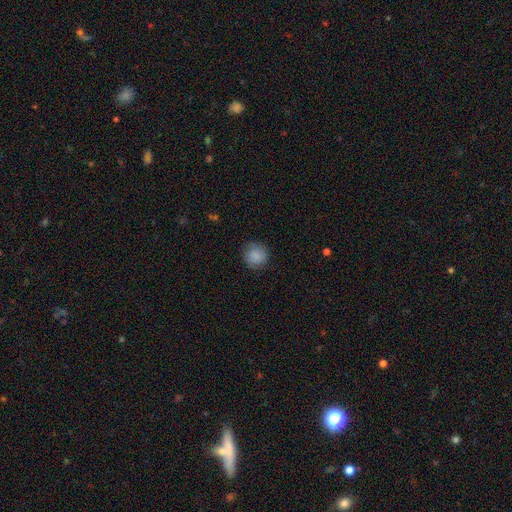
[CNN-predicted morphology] This appears to be a smooth galaxy with no disk features (86%) that is round (92%). Merging: none (83%).